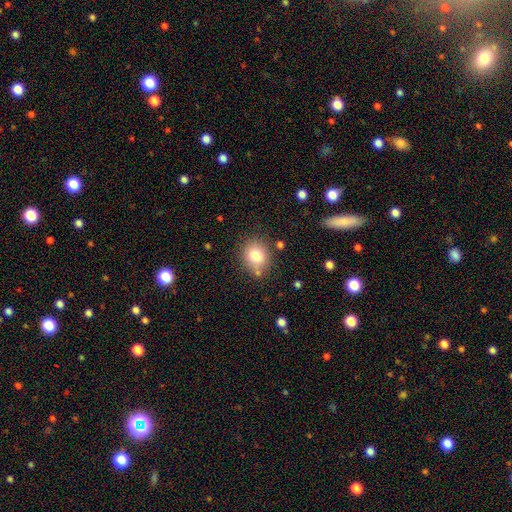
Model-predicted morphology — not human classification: The model was most divided on "how rounded": round: 66%, in between: 33%, cigar-shaped: 1%. More confident: smooth or featured — smooth (78%); merging — none (76%).